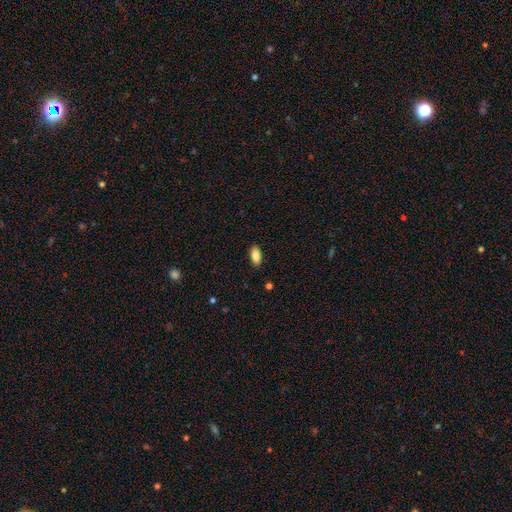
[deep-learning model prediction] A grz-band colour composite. It shows a smooth galaxy with no disk features (87%) that is in between round and cigar-shaped (91%). Merging: none (88%).